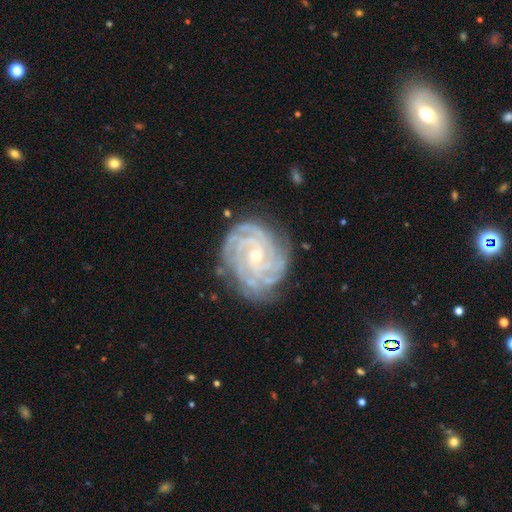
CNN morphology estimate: Smooth or featured? featured or disk (90%)
Edge-on disk? no (98%)
Bar? no (62%)
Spiral arms? yes (98%)
Spiral winding? tight (82%)
Spiral arm count? 4 (30%)
Bulge size? small (68%)
Merging? none (79%)